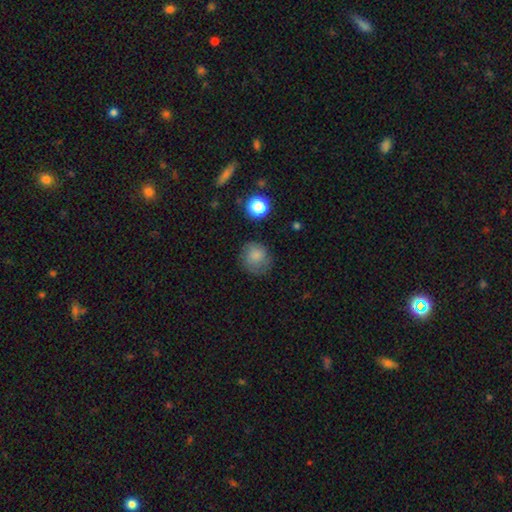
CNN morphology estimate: This is likely a smooth galaxy (74%). How rounded: clearly round (85%). Merging: likely none (71%).